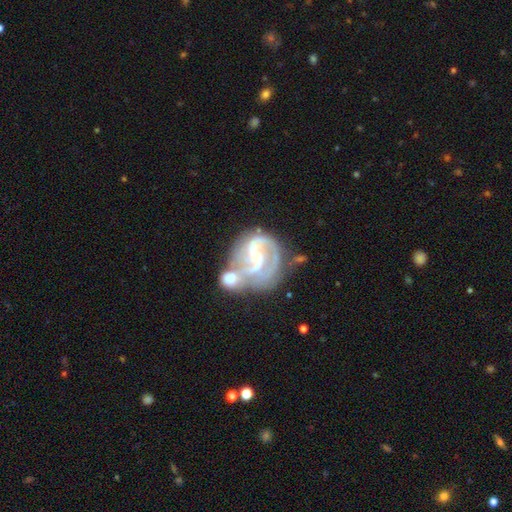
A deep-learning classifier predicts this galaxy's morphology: Overall: featured or disk (87%). Edge-on disk: no (98%). Bar: weak (47%; strong 29%). Spiral arms: yes (95%). Spiral arm count: 2 (74%). Spiral winding: medium (52%; tight 25%). Bulge size: small (73%). Merging: merger (37%; none 31%).